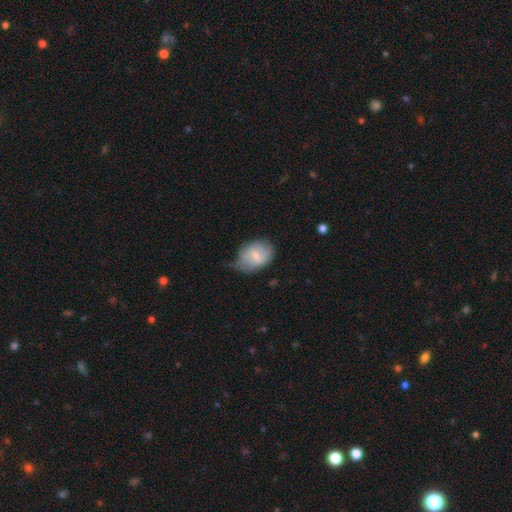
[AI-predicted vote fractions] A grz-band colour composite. It shows a smooth galaxy with no disk features (63%) that is in between round and cigar-shaped (74%). Merging: minor disturbance (43%).